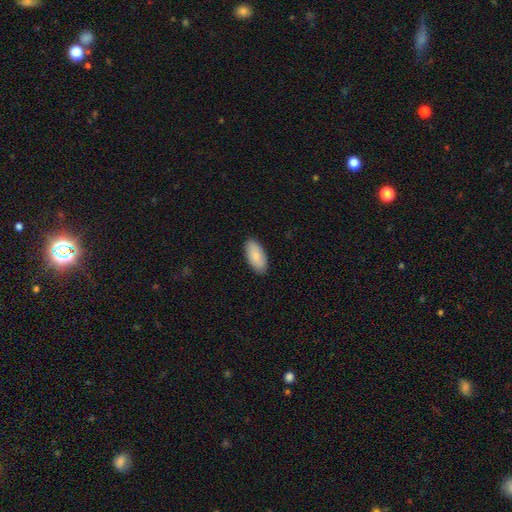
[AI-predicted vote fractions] A smooth galaxy with no disk features (83%) that is in between round and cigar-shaped (93%). Merging: none (89%).